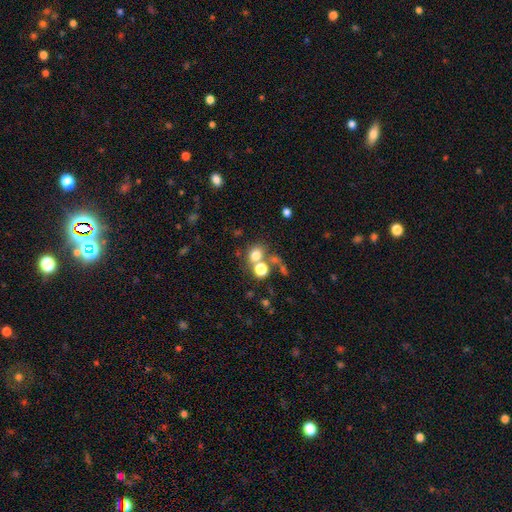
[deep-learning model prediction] smooth_or_featured: smooth (p=0.72) [alt: star or artifact p=0.17]
how_rounded: round (p=0.68) [alt: in between p=0.31]
merging: none (p=0.53) [alt: merger p=0.31]